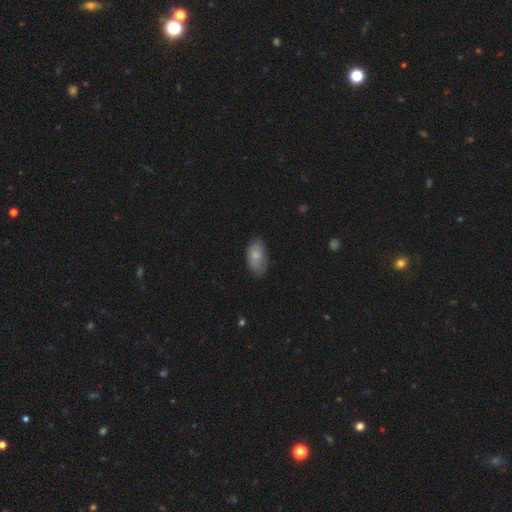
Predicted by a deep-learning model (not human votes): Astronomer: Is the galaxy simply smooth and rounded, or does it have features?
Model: smooth — 76%.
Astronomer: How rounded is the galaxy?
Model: in between — 94%.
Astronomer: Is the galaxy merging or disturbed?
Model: none — 73%.